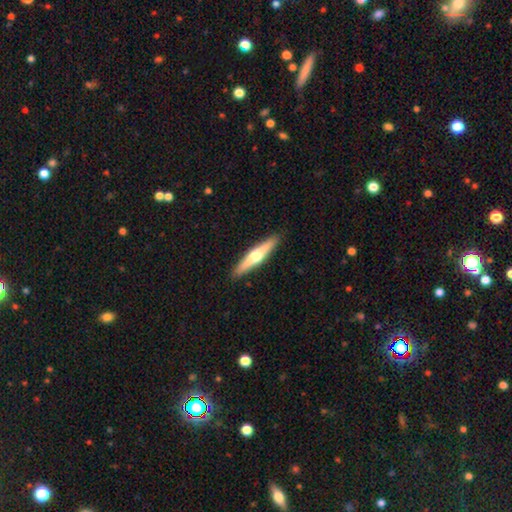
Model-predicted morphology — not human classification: Overall: featured or disk (57%; smooth 38%). Edge-on disk: yes (95%). Edge-on bulge: rounded (93%). Merging: none (91%).